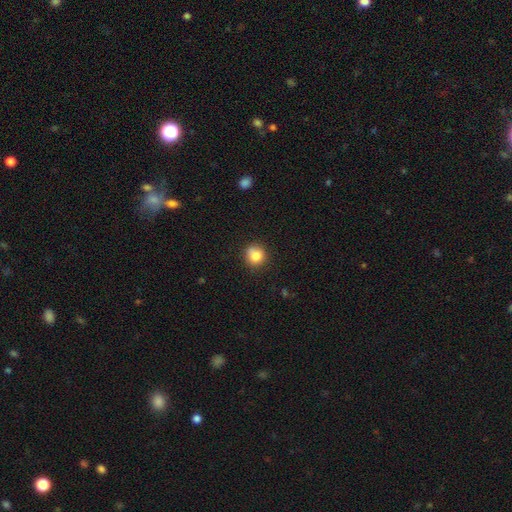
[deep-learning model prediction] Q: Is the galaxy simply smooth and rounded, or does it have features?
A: smooth — 83%.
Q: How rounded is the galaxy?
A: round — 86%.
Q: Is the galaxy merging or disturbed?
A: none — 78%.